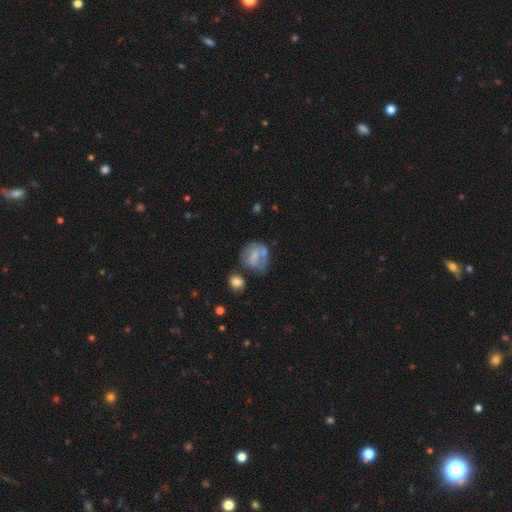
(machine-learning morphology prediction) Q: Smooth or featured?
A: smooth (55%); runner-up: featured or disk (35%)
Q: How rounded?
A: round (65%); runner-up: in between (33%)
Q: Merging?
A: none (41%); runner-up: minor disturbance (24%)